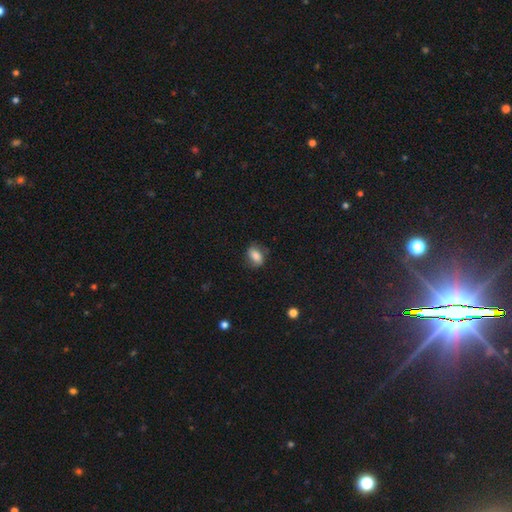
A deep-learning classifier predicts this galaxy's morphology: smooth 75%, featured or disk 17%, star or artifact 8%. Down the decision tree: how rounded — in between (82%); merging — none (68%).